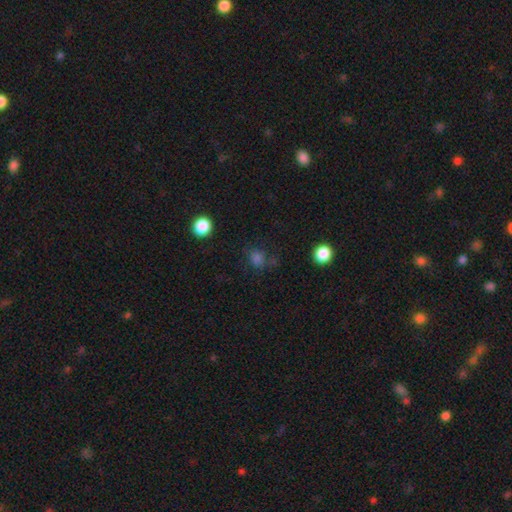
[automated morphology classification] A smooth galaxy with no disk features (67%) that is round (75%). Merging: none (72%).